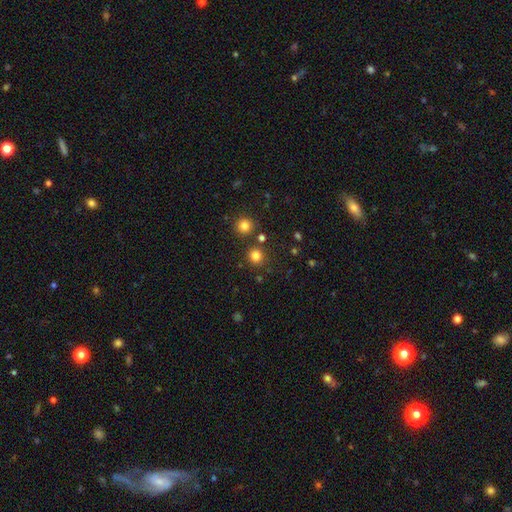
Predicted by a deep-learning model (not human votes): smooth 80%, star or artifact 15%, featured or disk 5%. Down the decision tree: how rounded — round (91%); merging — none (85%).